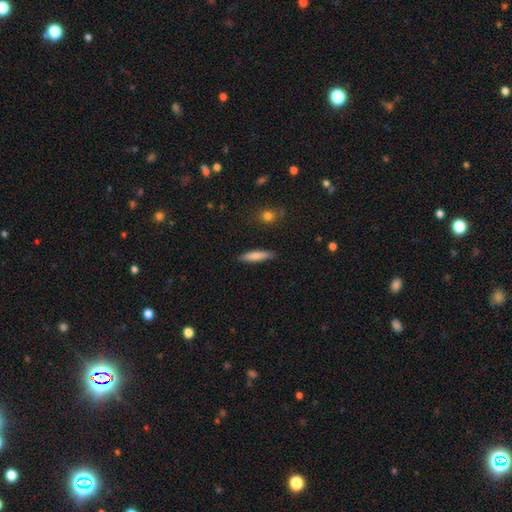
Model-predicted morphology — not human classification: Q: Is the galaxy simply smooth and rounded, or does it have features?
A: smooth — 78%.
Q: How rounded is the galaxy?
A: cigar-shaped — 82%.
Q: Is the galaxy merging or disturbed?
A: none — 87%.